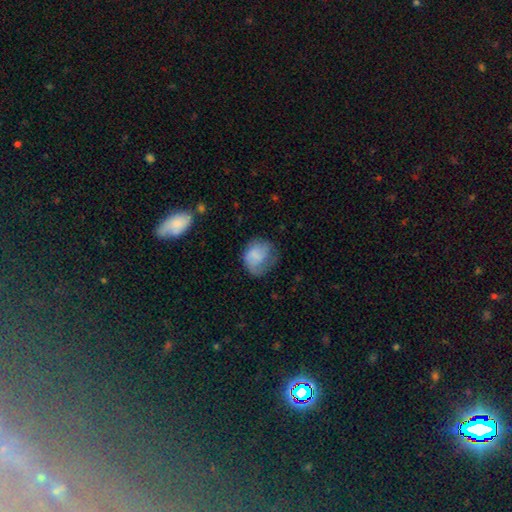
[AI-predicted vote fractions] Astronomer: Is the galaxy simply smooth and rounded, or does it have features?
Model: smooth — 69%.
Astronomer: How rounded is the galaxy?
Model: round — 57% (runner-up: in between, 42%).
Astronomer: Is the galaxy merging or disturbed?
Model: none — 37% (runner-up: minor disturbance, 32%).